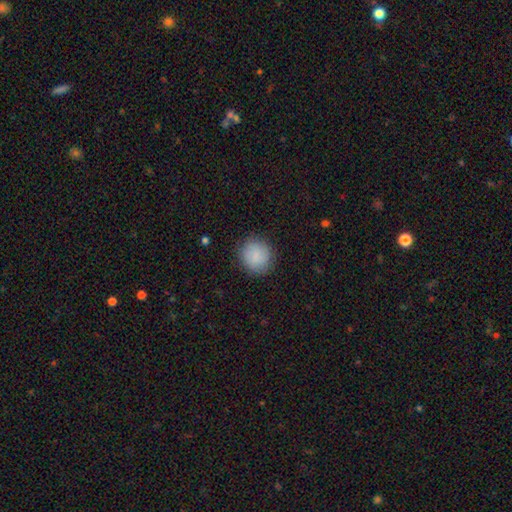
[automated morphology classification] smooth_or_featured: smooth (p=0.88) [alt: star or artifact p=0.07]
how_rounded: round (p=0.90) [alt: in between p=0.09]
merging: none (p=0.88) [alt: minor disturbance p=0.08]